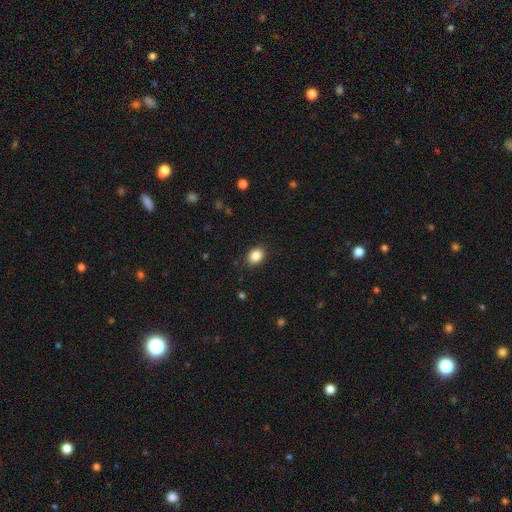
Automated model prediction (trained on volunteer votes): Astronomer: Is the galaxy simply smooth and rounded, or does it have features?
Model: smooth — 86%.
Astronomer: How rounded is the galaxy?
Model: in between — 65%.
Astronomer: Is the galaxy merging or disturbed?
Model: none — 89%.